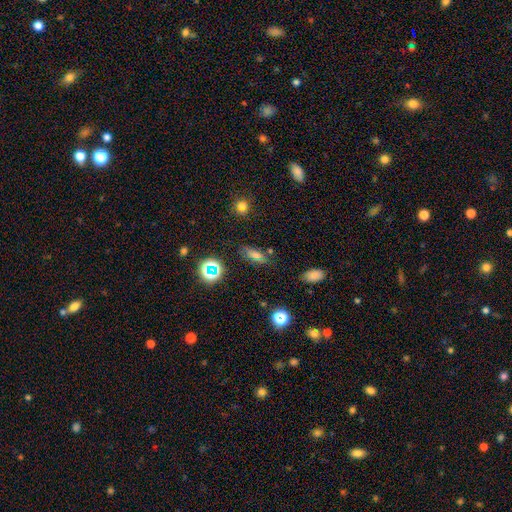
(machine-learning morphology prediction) smooth-or-featured: smooth: 62% | star or artifact: 23% | featured or disk: 16%
  how-rounded: in between: 67% | cigar-shaped: 25% | round: 8%
  merging: none: 74% | minor disturbance: 16% | major disturbance: 5% | merger: 5%